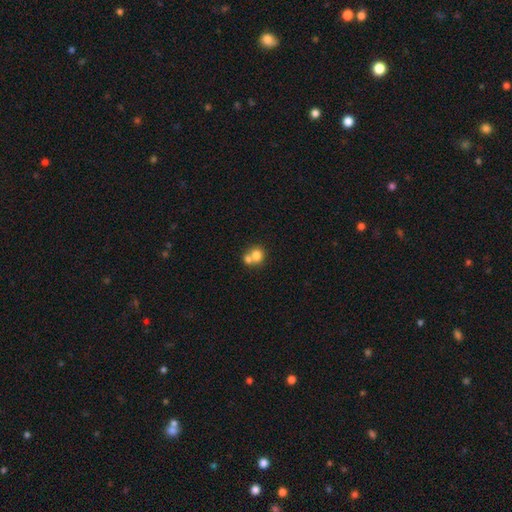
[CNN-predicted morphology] type=smooth (76%); roundness=round (79%); merging=merger (56%).